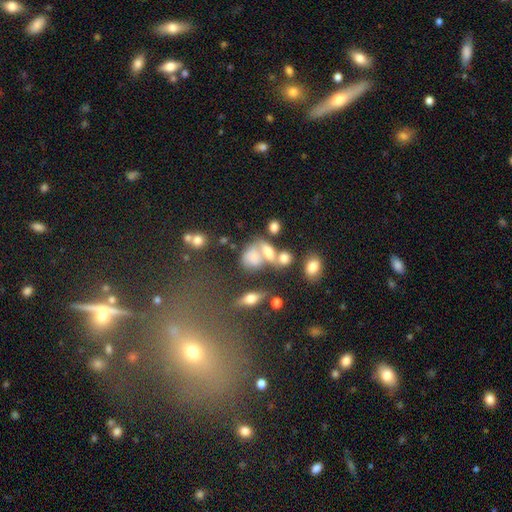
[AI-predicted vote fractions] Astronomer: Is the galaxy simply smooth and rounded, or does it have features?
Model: smooth — 51% (runner-up: featured or disk, 33%).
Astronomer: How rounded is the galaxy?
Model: in between — 71%.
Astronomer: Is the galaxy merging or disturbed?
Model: merger — 50%.